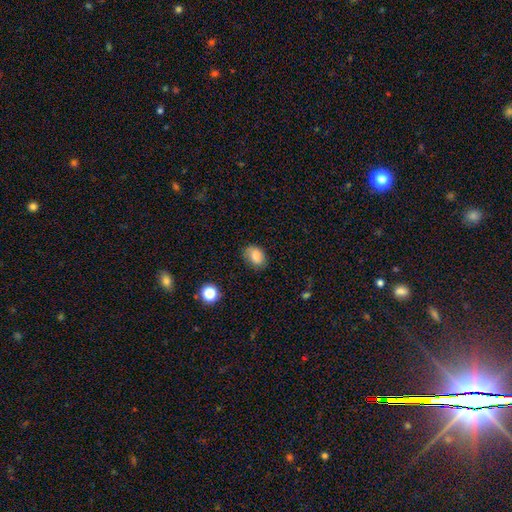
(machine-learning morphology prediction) Smooth or featured?
  - smooth: 80% *
  - featured or disk: 11%
  - star or artifact: 9%
How rounded?
  - in between: 72% *
  - round: 27%
  - cigar-shaped: 1%
Merging?
  - none: 77% *
  - minor disturbance: 18%
  - major disturbance: 4%
  - merger: 1%